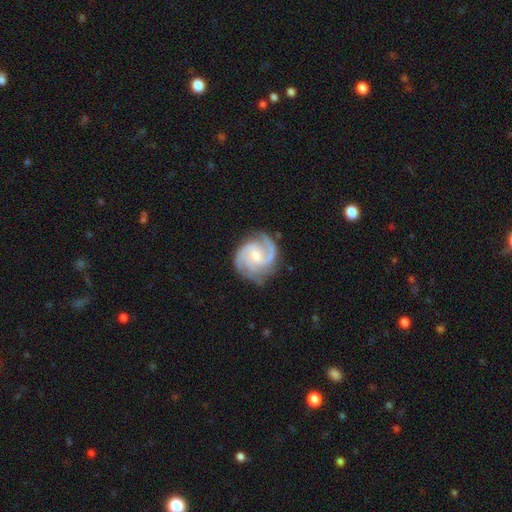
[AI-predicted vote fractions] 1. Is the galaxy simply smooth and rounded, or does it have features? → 92% featured or disk, 4% smooth, 4% star or artifact.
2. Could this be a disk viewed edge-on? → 98% no, 2% yes.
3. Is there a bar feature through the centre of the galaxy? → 46% weak, 44% no, 10% strong.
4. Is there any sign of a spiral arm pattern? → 98% yes, 2% no.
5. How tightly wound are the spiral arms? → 47% medium, 46% tight, 7% loose.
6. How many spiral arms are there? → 41% 2, 39% 3, 7% can't tell, 5% 4, 4% 1, 4% more than 4.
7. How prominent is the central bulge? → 56% small, 39% moderate, 3% none, 2% large, 1% dominant.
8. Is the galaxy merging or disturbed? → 78% none, 15% minor disturbance, 5% major disturbance, 1% merger.